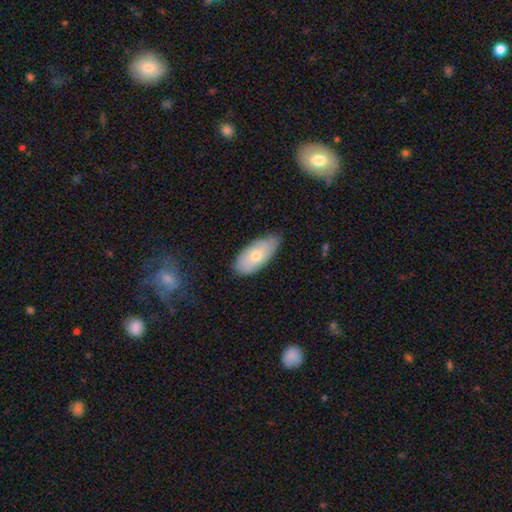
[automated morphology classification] type=smooth (66%); roundness=in between (90%); merging=none (68%).